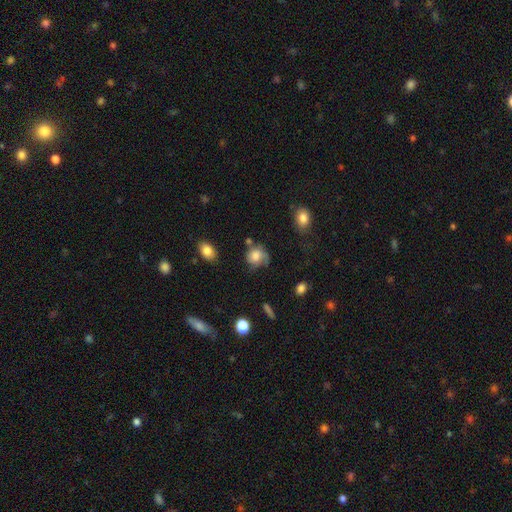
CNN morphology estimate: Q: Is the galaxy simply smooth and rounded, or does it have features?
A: smooth — 59%.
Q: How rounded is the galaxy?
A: round — 69%.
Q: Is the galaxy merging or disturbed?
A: none — 46%.